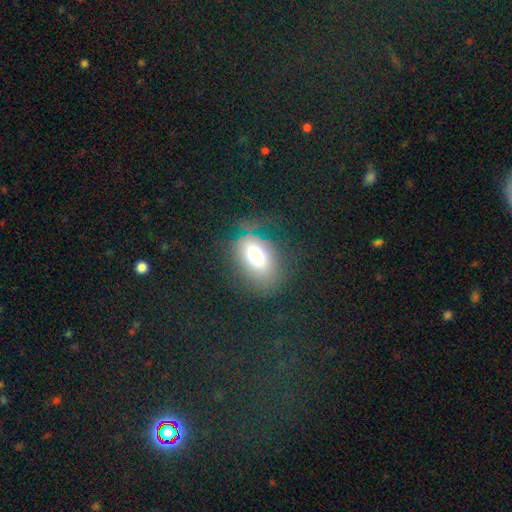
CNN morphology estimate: This appears to be a smooth galaxy with no disk features (71%) that is in between round and cigar-shaped (86%). Merging: none (62%).